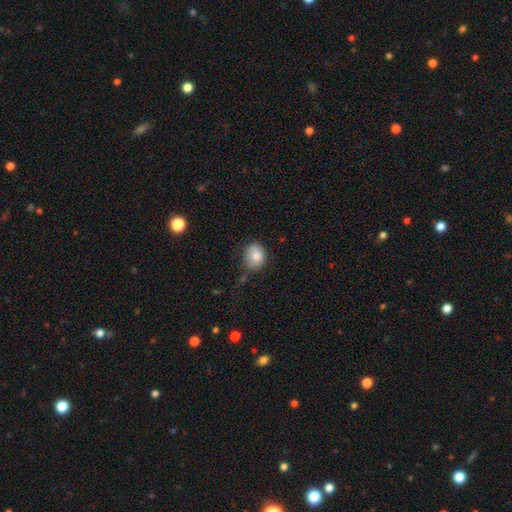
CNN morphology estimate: Overall: smooth (84%). How rounded: in between (56%; round 43%). Merging: none (68%).